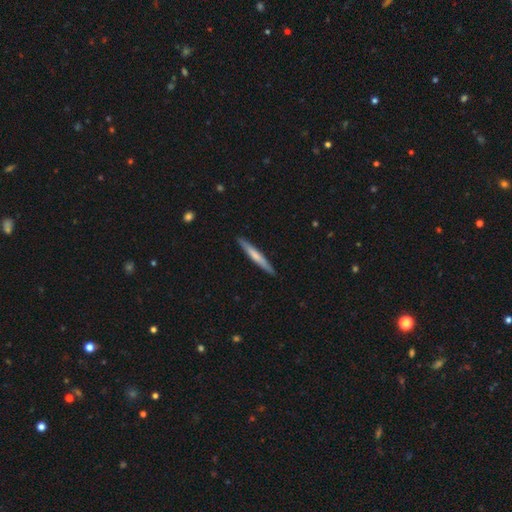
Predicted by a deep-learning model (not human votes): The model was most divided on "smooth or featured": smooth: 59%, featured or disk: 36%, star or artifact: 5%. More confident: how rounded — cigar-shaped (96%); merging — none (91%).